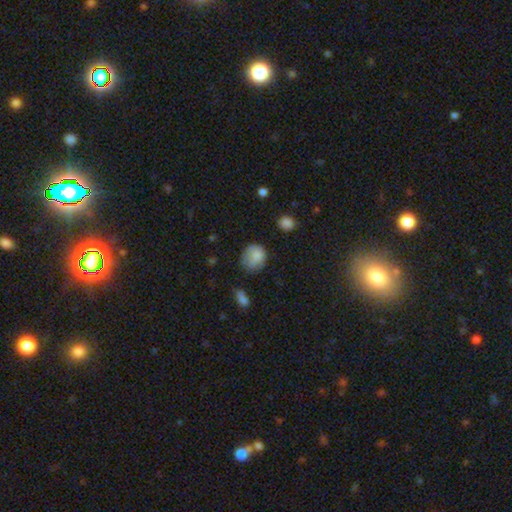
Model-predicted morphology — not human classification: A smooth galaxy with no disk features (79%) that is round (71%). Merging: none (52%).